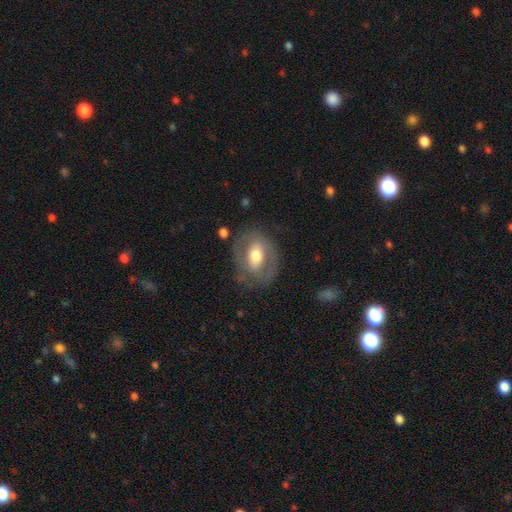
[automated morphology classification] The model was most divided on "bar" (2-way tie): strong: 34%, weak: 34%, no: 32%. More confident: edge-on disk — no (92%); merging — none (71%); bulge size — moderate (67%); spiral arms — no (65%); smooth or featured — featured or disk (56%).